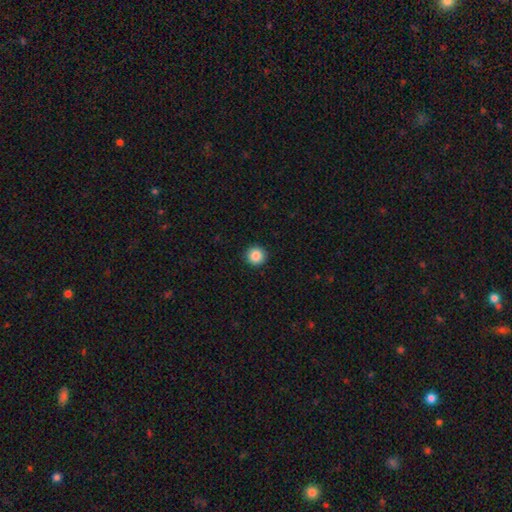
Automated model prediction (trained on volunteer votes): smooth_or_featured: smooth (p=0.87) [alt: star or artifact p=0.10]
how_rounded: round (p=0.96) [alt: in between p=0.03]
merging: none (p=0.93) [alt: minor disturbance p=0.05]